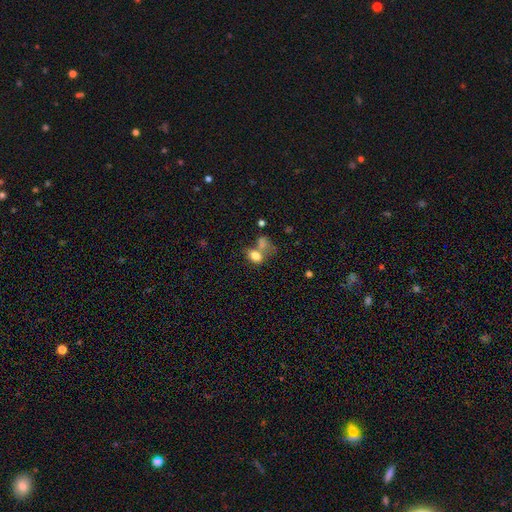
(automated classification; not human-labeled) Overall: smooth (77%). How rounded: in between (76%). Merging: merger (44%; none 33%).